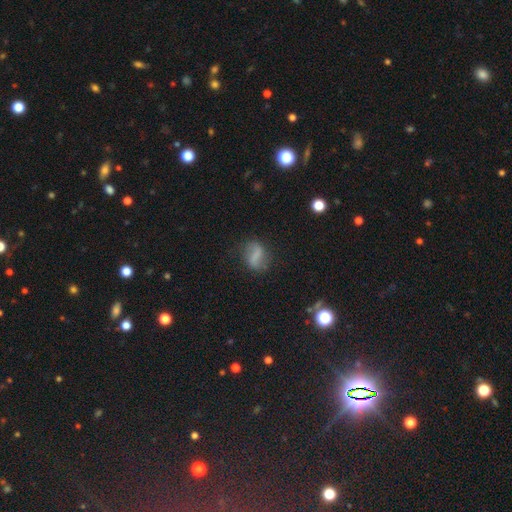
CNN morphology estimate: Smooth or featured: smooth — 48% (featured or disk — 40%)
Merging: none — 69% (minor disturbance — 18%)